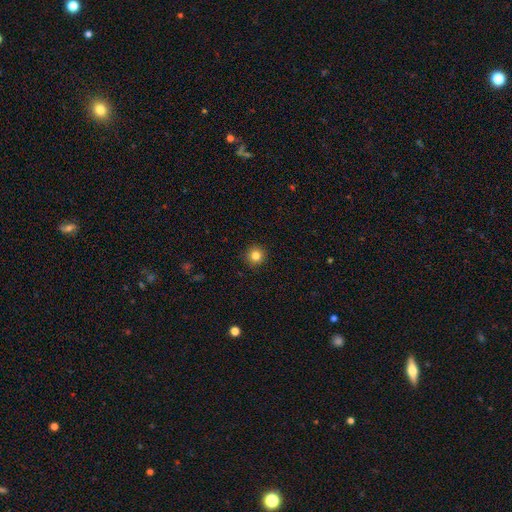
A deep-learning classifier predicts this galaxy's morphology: This appears to be a smooth galaxy with no disk features (83%) that is round (95%). Merging: none (92%).